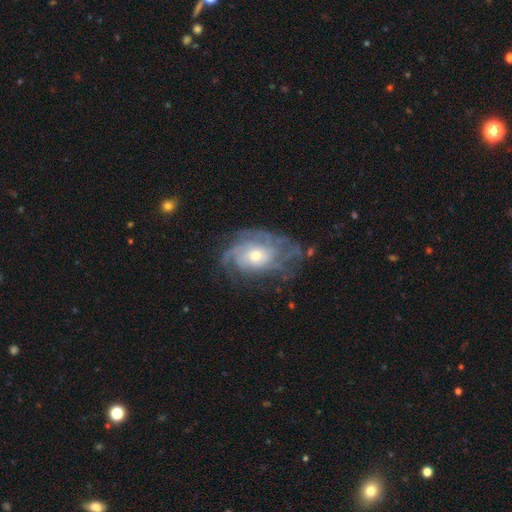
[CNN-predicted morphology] featured or disk 82%, smooth 11%, star or artifact 7%. Down the decision tree: edge-on disk — no (96%); bar — no (76%); spiral arms — yes (91%); spiral arm count — can't tell (43%); spiral winding — tight (58%); bulge size — moderate (52%); merging — none (61%).